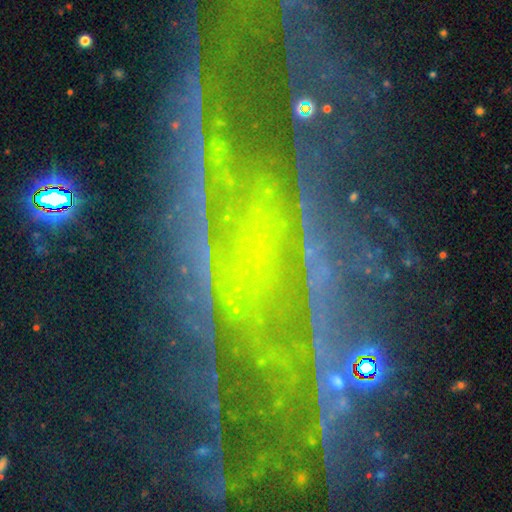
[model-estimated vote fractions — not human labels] Smooth or featured: featured or disk — 74% (star or artifact — 18%)
Edge-on disk: no — 92% (yes — 8%)
Bar: no — 39% (weak — 32%)
Spiral arms: yes — 73% (no — 27%)
Spiral winding: loose — 42% (medium — 35%)
Spiral arm count: 2 — 47% (can't tell — 30%)
Bulge size: none — 65% (small — 23%)
Merging: none — 40% (major disturbance — 37%)